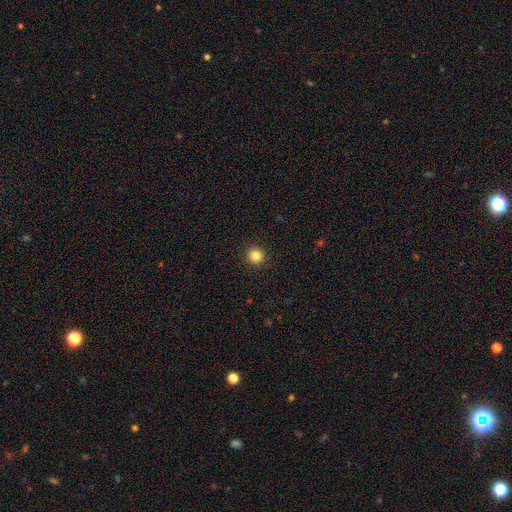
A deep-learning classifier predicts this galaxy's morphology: Overall: smooth (85%). How rounded: round (95%). Merging: none (93%).